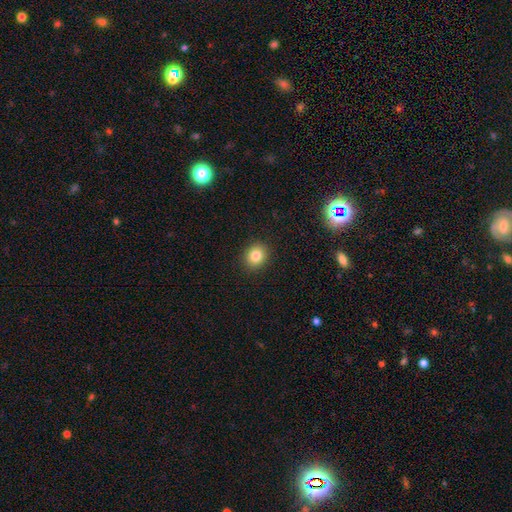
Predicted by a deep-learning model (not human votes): Smooth or featured? Predicted: smooth (p=0.83). How rounded? Predicted: round (p=0.73). Merging? Predicted: none (p=0.91).